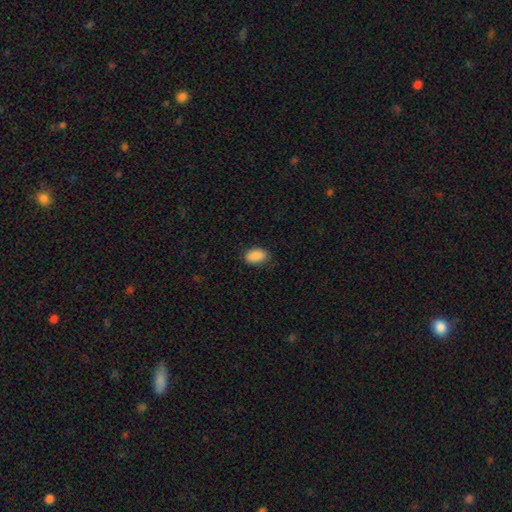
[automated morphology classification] Smooth or featured: smooth — 90% (star or artifact — 8%)
How rounded: in between — 90% (round — 8%)
Merging: none — 81% (minor disturbance — 15%)